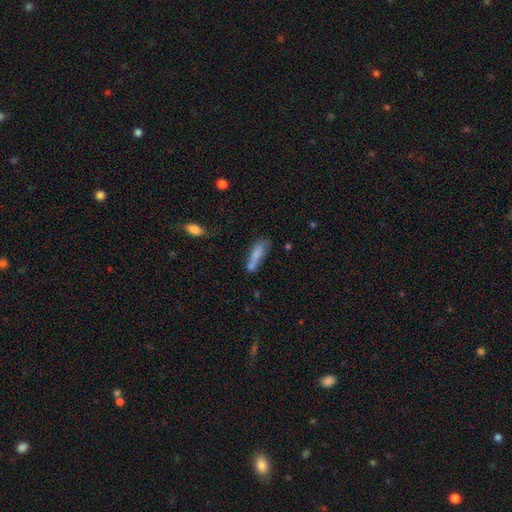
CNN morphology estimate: This is likely a smooth galaxy (73%). How rounded: likely cigar-shaped (63%). Merging: marginally none (40%).